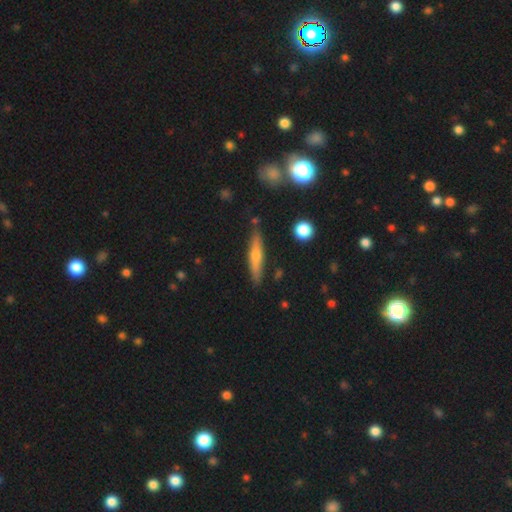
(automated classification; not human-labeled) Morphology: type=featured or disk (51%); edge-on=yes (92%); merging=none (85%).